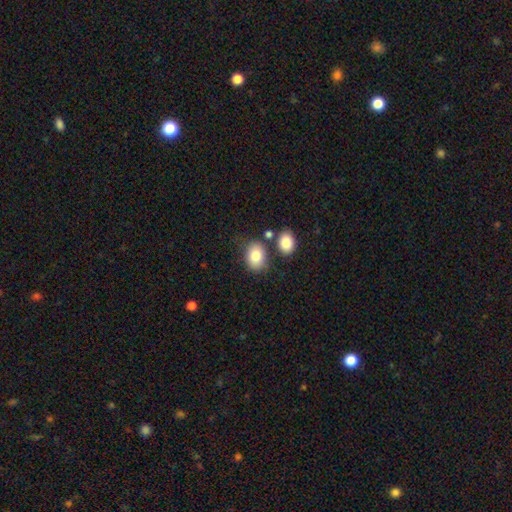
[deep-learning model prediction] A smooth galaxy with no disk features (82%) that is in between round and cigar-shaped (68%).

Vote fractions:
- Smooth or featured? smooth: 82% / featured or disk: 10% / star or artifact: 8%
- How rounded? in between: 68% / round: 31% / cigar-shaped: 1%
- Merging? none: 68% / minor disturbance: 14% / merger: 14% / major disturbance: 4%